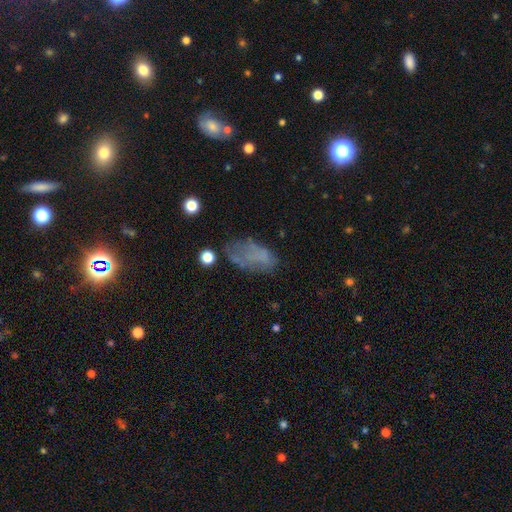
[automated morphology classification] Smooth or featured: smooth — 52% (featured or disk — 31%)
How rounded: in between — 90% (round — 5%)
Merging: none — 46% (minor disturbance — 25%)